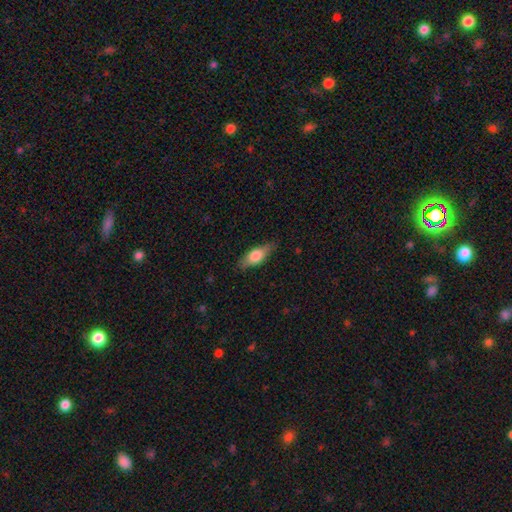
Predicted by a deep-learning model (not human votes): This is likely a smooth galaxy (66%). How rounded: likely in between (68%). Merging: clearly none (81%).